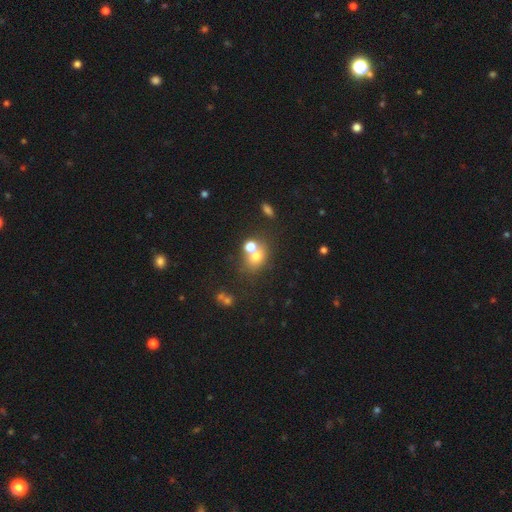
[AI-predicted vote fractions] smooth_or_featured: smooth (p=0.68) [alt: featured or disk p=0.16]
how_rounded: round (p=0.58) [alt: in between p=0.41]
merging: none (p=0.42) [tied with: merger p=0.42]